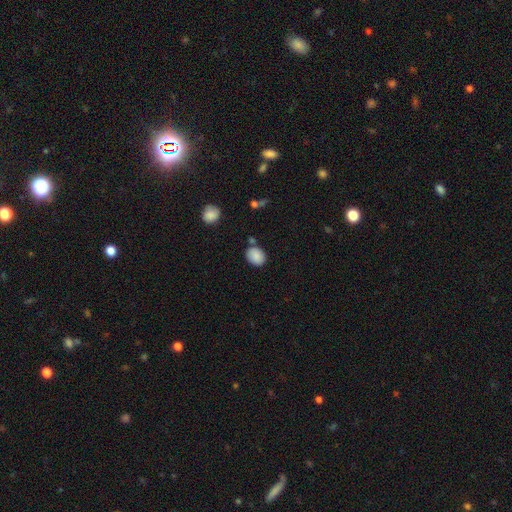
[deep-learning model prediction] Morphology: type=smooth (88%); roundness=in between (56%); merging=none (76%).